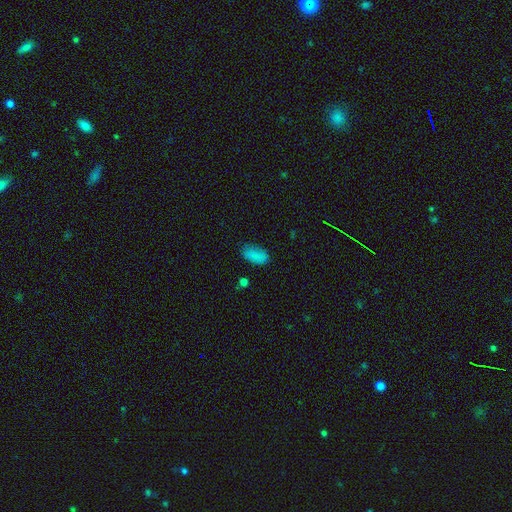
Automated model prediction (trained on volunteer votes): A smooth galaxy with no disk features (84%) that is in between round and cigar-shaped (93%). Merging: none (74%).